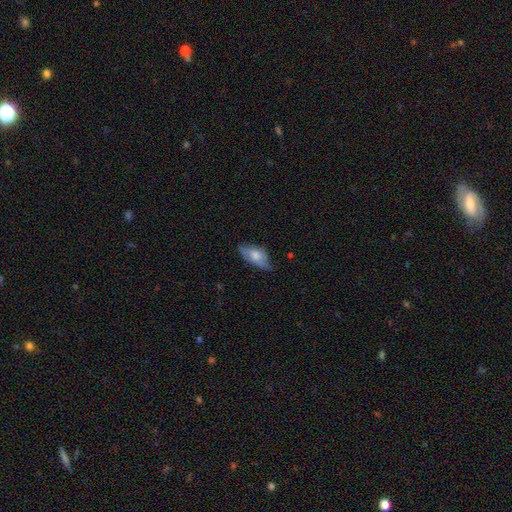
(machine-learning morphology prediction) smooth 65%, featured or disk 28%, star or artifact 7%. Down the decision tree: how rounded — in between (87%); merging — none (55%).